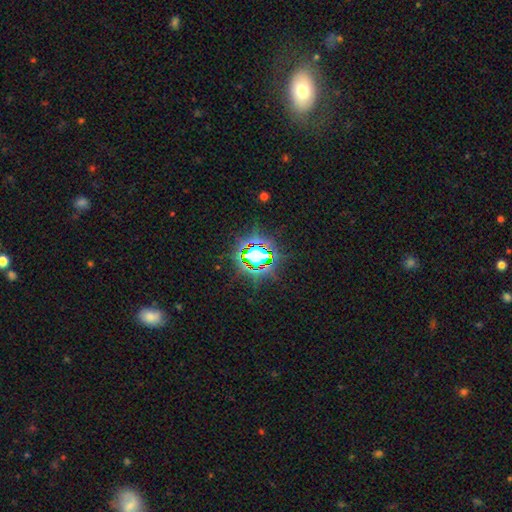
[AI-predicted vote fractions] star or artifact 74%, smooth 15%, featured or disk 10%.